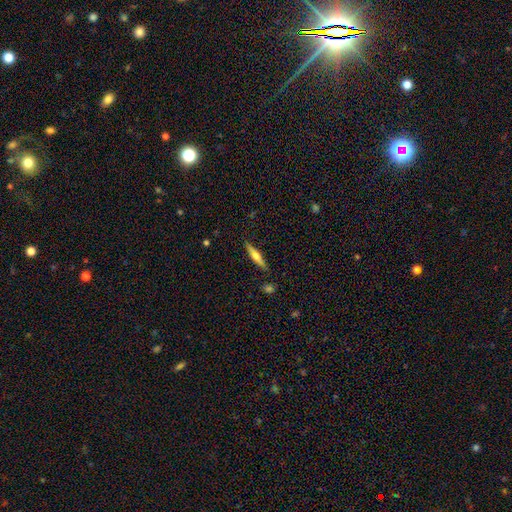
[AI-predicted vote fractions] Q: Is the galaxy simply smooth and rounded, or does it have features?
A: featured or disk — 52%.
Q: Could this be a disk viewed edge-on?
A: yes — 96%.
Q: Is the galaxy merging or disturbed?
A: none — 88%.